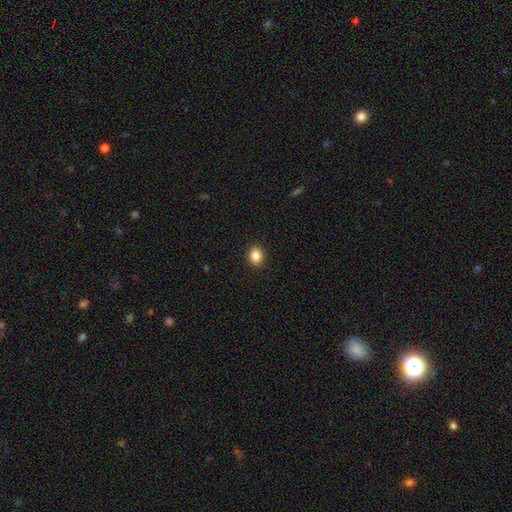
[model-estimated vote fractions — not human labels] Smooth or featured: smooth — 86% (star or artifact — 9%)
How rounded: in between — 50% (round — 49%)
Merging: none — 91% (minor disturbance — 6%)